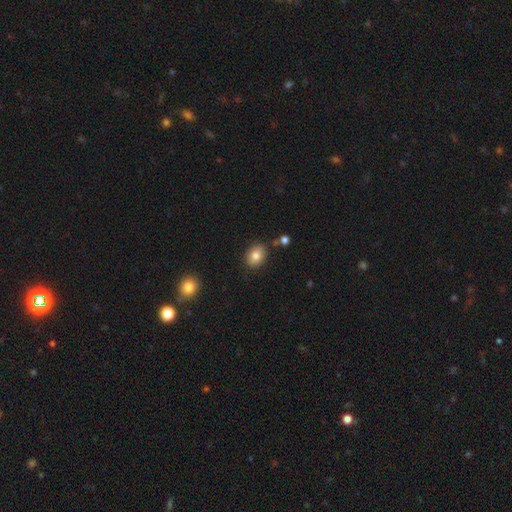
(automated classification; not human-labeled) A smooth galaxy with no disk features (83%) that is in between round and cigar-shaped (65%).

Vote fractions:
- Smooth or featured? smooth: 83% / star or artifact: 9% / featured or disk: 8%
- How rounded? in between: 65% / round: 34% / cigar-shaped: 1%
- Merging? none: 82% / minor disturbance: 12% / merger: 4% / major disturbance: 3%